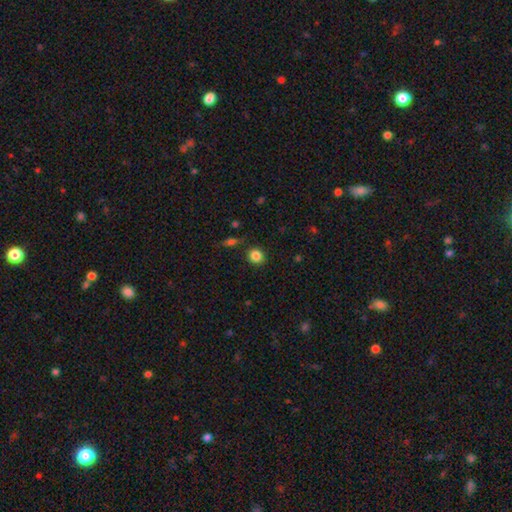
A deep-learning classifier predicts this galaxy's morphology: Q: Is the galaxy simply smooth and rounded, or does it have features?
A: smooth — 85%.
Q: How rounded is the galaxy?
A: round — 88%.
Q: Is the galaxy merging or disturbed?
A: none — 87%.